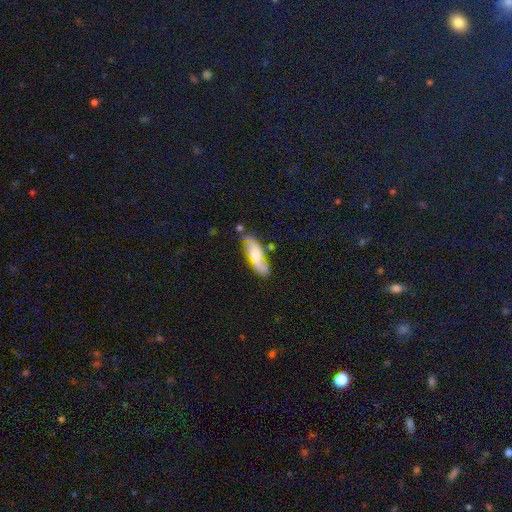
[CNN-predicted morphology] Smooth or featured? Predicted: smooth (p=0.53). How rounded? Predicted: in between (p=0.55). Merging? Predicted: none (p=0.64).